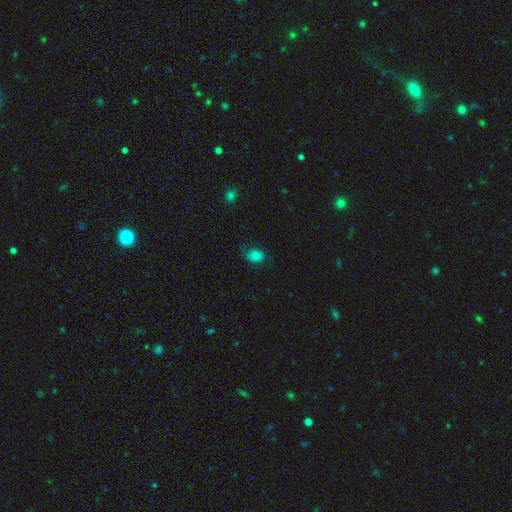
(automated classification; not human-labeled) Q: Smooth or featured?
A: smooth (78%); runner-up: star or artifact (13%)
Q: How rounded?
A: in between (69%); runner-up: round (30%)
Q: Merging?
A: none (59%); runner-up: minor disturbance (28%)